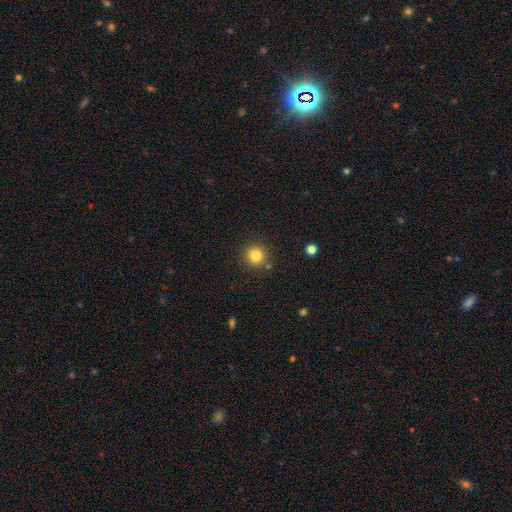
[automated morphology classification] Overall: smooth (83%). How rounded: round (95%). Merging: none (88%).